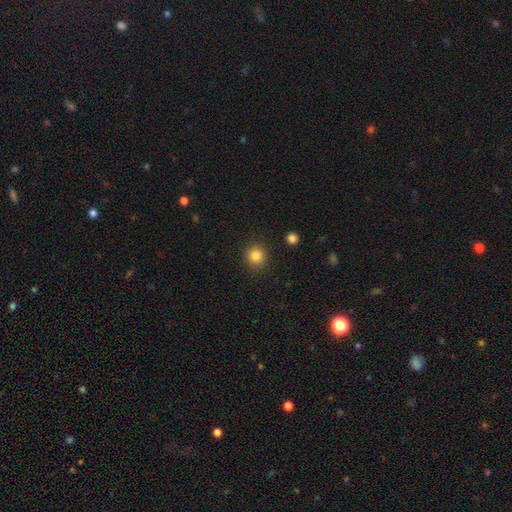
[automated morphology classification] smooth-or-featured: smooth: 84% | star or artifact: 11% | featured or disk: 5%
  how-rounded: round: 90% | in between: 9% | cigar-shaped: 1%
  merging: none: 90% | minor disturbance: 6% | major disturbance: 2% | merger: 1%